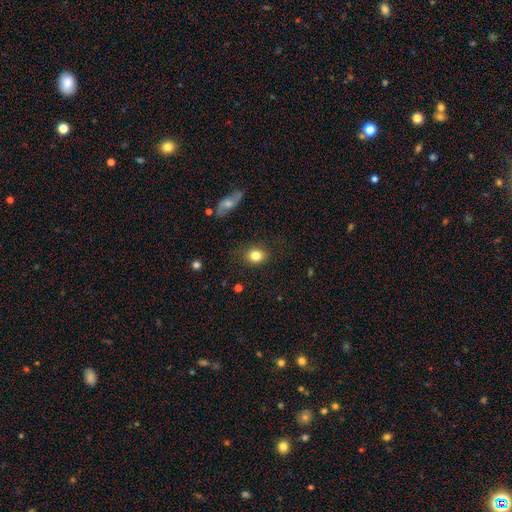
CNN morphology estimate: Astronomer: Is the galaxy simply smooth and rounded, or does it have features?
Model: smooth — 83%.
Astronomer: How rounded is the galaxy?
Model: round — 55% (runner-up: in between, 44%).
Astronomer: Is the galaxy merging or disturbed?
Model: none — 86%.